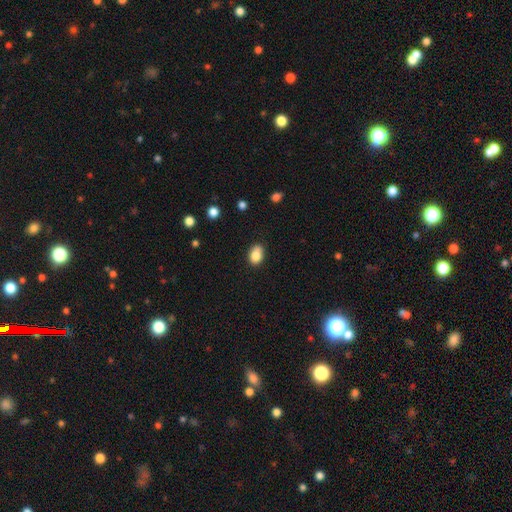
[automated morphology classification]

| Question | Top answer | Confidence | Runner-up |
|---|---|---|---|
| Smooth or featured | smooth | 84% | star or artifact (9%) |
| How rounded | in between | 76% | round (23%) |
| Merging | none | 78% | minor disturbance (17%) |